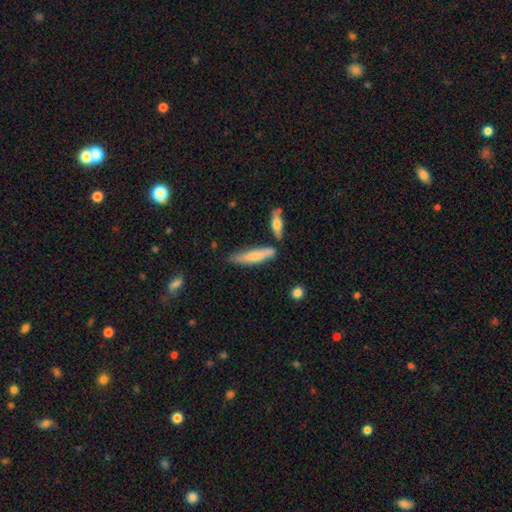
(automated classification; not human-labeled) smooth-or-featured: smooth: 71% | featured or disk: 23% | star or artifact: 6%
  how-rounded: cigar-shaped: 81% | in between: 17% | round: 2%
  merging: none: 62% | minor disturbance: 22% | merger: 10% | major disturbance: 5%